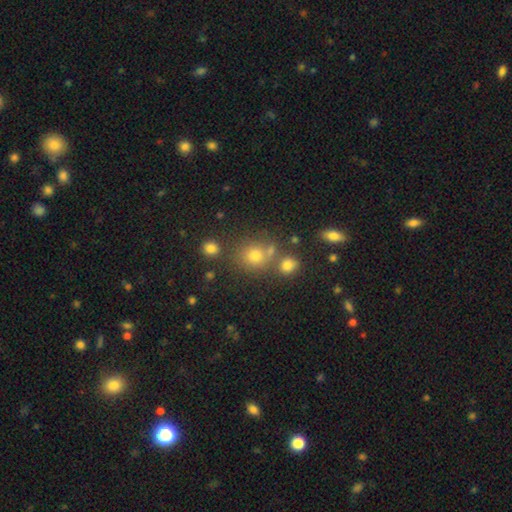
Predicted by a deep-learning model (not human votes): Overall: smooth (69%). How rounded: round (81%). Merging: none (65%).